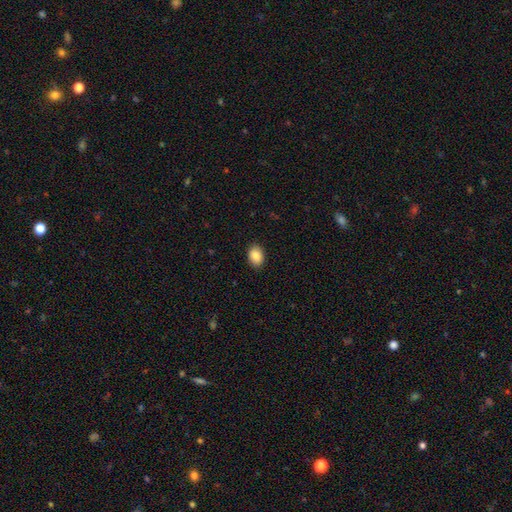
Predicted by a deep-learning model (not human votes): A smooth galaxy with no disk features (88%) that is in between round and cigar-shaped (80%).

Vote fractions:
- Smooth or featured? smooth: 88% / star or artifact: 8% / featured or disk: 5%
- How rounded? in between: 80% / round: 19% / cigar-shaped: 1%
- Merging? none: 89% / minor disturbance: 8% / major disturbance: 2% / merger: 1%